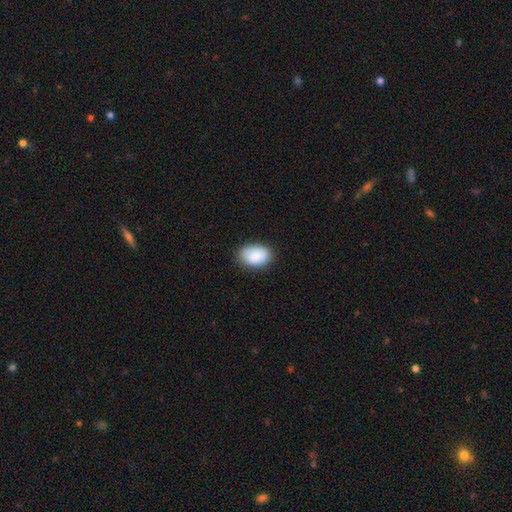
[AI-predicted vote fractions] Smooth or featured? Predicted: smooth (p=0.89). How rounded? Predicted: in between (p=0.88). Merging? Predicted: none (p=0.83).